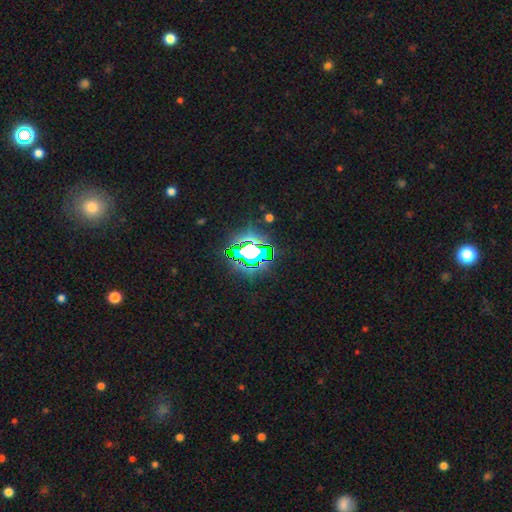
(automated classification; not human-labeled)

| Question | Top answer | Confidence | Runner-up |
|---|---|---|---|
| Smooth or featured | star or artifact | 70% | smooth (18%) |